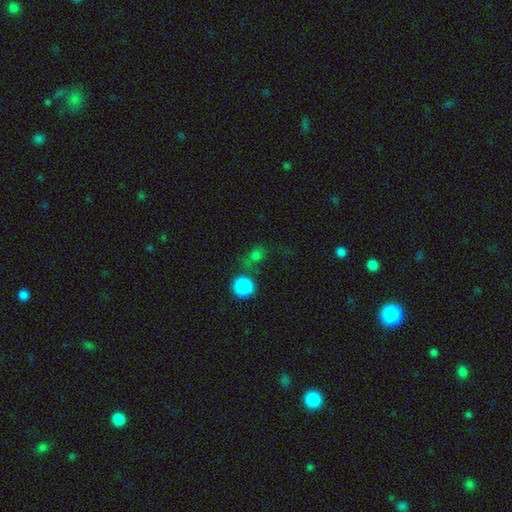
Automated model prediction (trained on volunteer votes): A smooth galaxy with no disk features (66%) that is round (77%).

Vote fractions:
- Smooth or featured? smooth: 66% / star or artifact: 26% / featured or disk: 8%
- How rounded? round: 77% / in between: 21% / cigar-shaped: 2%
- Merging? none: 59% / merger: 16% / minor disturbance: 15% / major disturbance: 10%